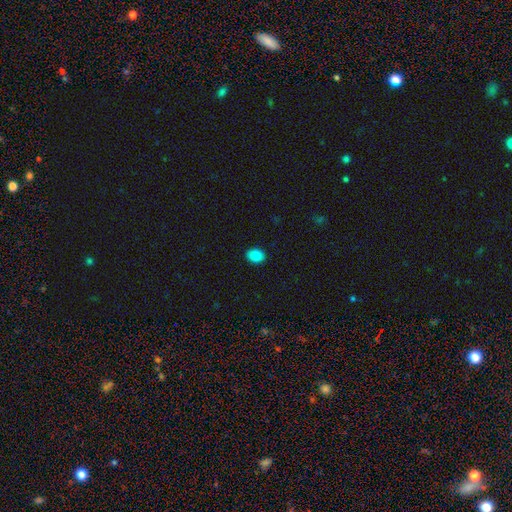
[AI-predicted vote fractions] Smooth or featured? smooth (86%)
How rounded? in between (59%)
Merging? none (90%)